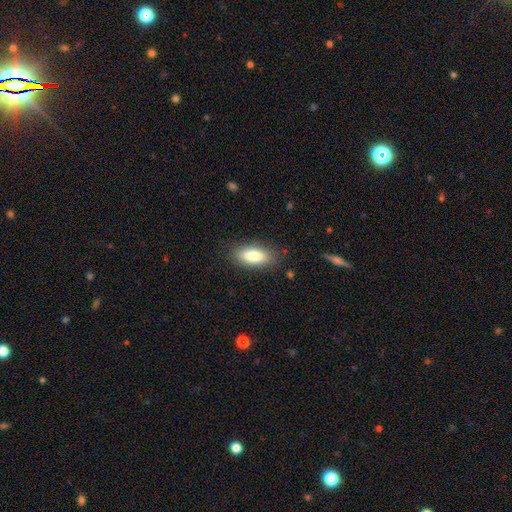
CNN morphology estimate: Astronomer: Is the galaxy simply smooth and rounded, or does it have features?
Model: smooth — 82%.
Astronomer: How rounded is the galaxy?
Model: in between — 83%.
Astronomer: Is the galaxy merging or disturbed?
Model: none — 84%.